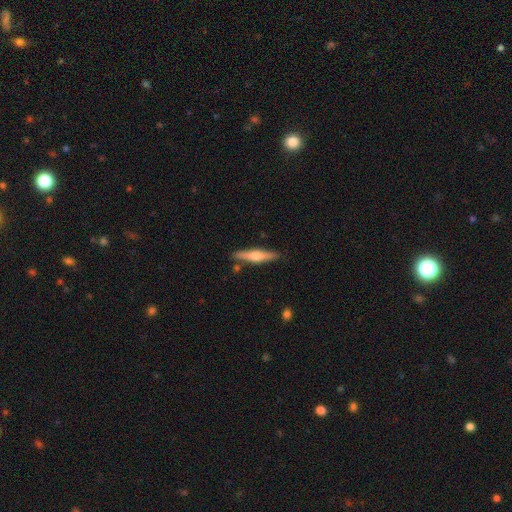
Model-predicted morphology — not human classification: Q: Smooth or featured?
A: featured or disk (53%); runner-up: smooth (41%)
Q: Edge-on disk?
A: yes (95%); runner-up: no (5%)
Q: Edge-on bulge?
A: rounded (89%); runner-up: none (5%)
Q: Merging?
A: none (86%); runner-up: minor disturbance (9%)